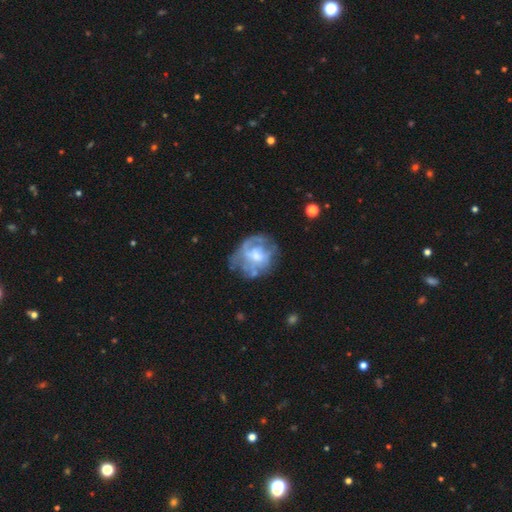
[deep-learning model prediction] Smooth or featured: featured or disk — 63% (smooth — 29%)
Edge-on disk: no — 97% (yes — 3%)
Bar: no — 71% (weak — 24%)
Spiral arms: no — 55% (yes — 45%)
Bulge size: moderate — 45% (small — 32%)
Merging: none — 46% (major disturbance — 25%)